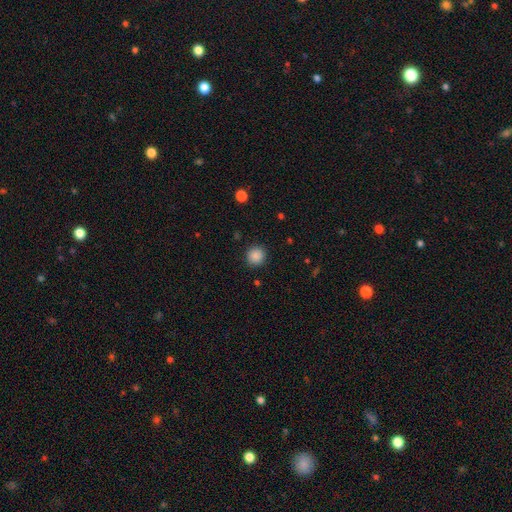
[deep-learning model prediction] smooth 87%, star or artifact 10%, featured or disk 3%. Down the decision tree: how rounded — round (92%); merging — none (90%).